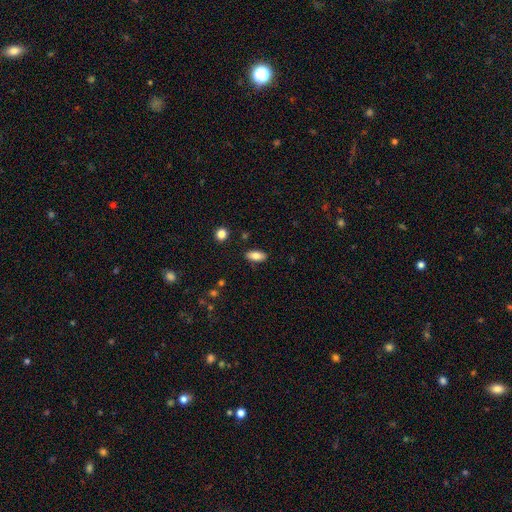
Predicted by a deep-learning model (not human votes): The model was most divided on "smooth or featured": smooth: 83%, featured or disk: 10%, star or artifact: 8%. More confident: how rounded — in between (89%); merging — none (87%).